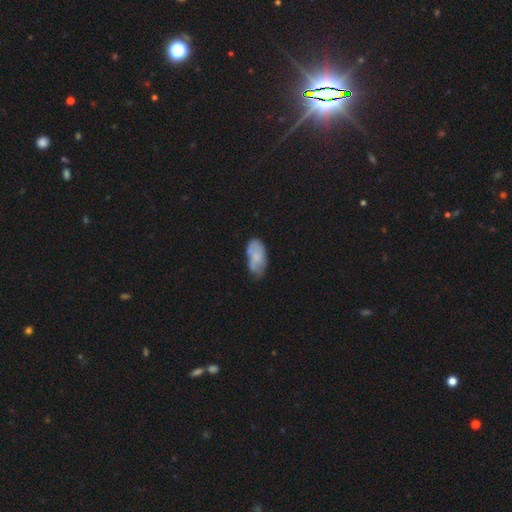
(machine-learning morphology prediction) Smooth or featured?
  - smooth: 62% *
  - featured or disk: 30%
  - star or artifact: 7%
How rounded?
  - in between: 93% *
  - cigar-shaped: 4%
  - round: 3%
Merging?
  - none: 52% *
  - minor disturbance: 30%
  - major disturbance: 9%
  - merger: 8%